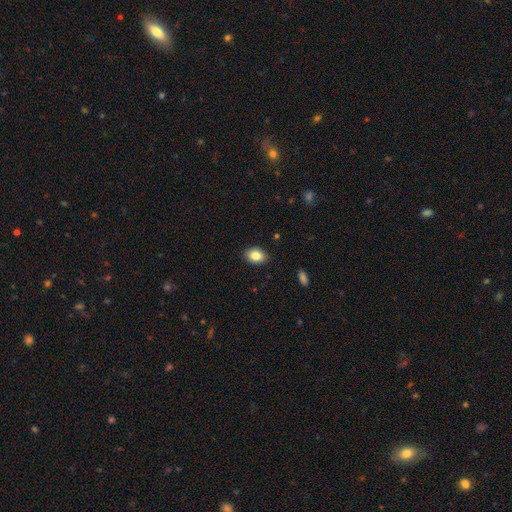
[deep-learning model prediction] smooth-or-featured: smooth: 85% | star or artifact: 8% | featured or disk: 7%
  how-rounded: in between: 76% | round: 23% | cigar-shaped: 1%
  merging: none: 89% | minor disturbance: 8% | major disturbance: 2% | merger: 1%